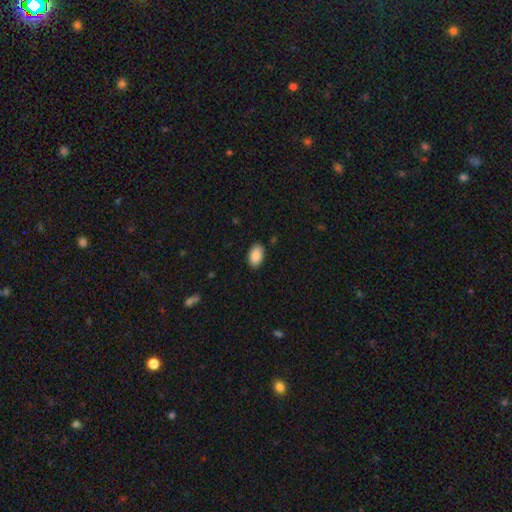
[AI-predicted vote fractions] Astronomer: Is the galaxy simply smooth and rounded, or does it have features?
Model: smooth — 89%.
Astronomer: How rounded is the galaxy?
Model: in between — 92%.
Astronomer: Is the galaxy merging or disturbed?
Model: none — 86%.